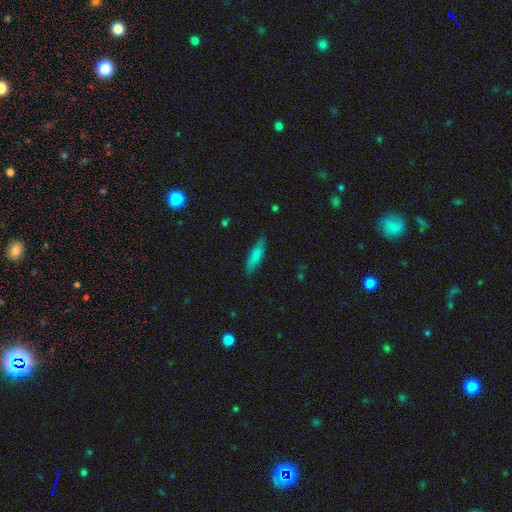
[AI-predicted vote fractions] Q: Smooth or featured?
A: smooth (79%); runner-up: featured or disk (14%)
Q: How rounded?
A: cigar-shaped (66%); runner-up: in between (32%)
Q: Merging?
A: none (81%); runner-up: minor disturbance (15%)